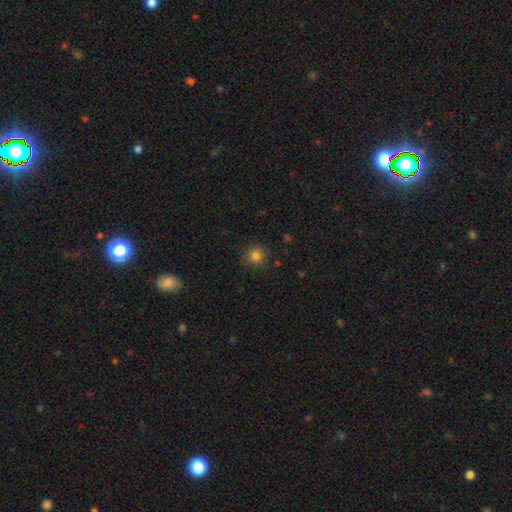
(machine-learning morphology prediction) Smooth or featured?
  - smooth: 81% *
  - star or artifact: 13%
  - featured or disk: 6%
How rounded?
  - round: 92% *
  - in between: 7%
  - cigar-shaped: 1%
Merging?
  - none: 86% *
  - minor disturbance: 10%
  - major disturbance: 3%
  - merger: 1%